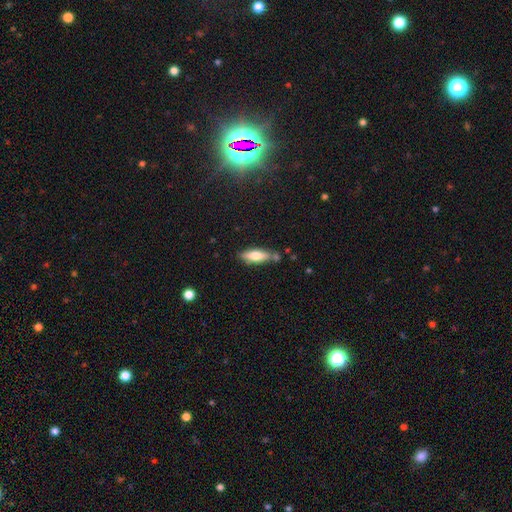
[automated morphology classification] smooth_or_featured: smooth (p=0.68) [alt: featured or disk p=0.26]
how_rounded: in between (p=0.55) [alt: cigar-shaped p=0.43]
merging: none (p=0.69) [alt: minor disturbance p=0.18]